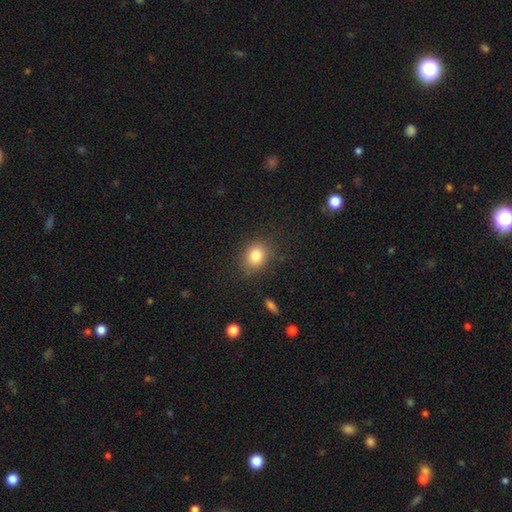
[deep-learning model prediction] Smooth or featured?
  - smooth: 82% *
  - star or artifact: 11%
  - featured or disk: 7%
How rounded?
  - round: 62% *
  - in between: 37%
  - cigar-shaped: 1%
Merging?
  - none: 83% *
  - minor disturbance: 12%
  - major disturbance: 4%
  - merger: 2%